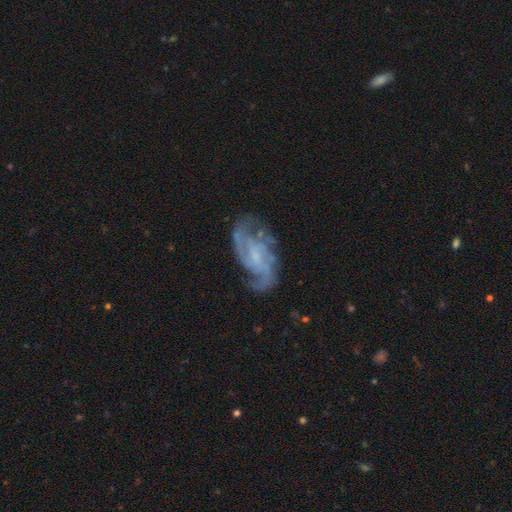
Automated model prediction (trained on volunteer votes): smooth_or_featured: featured or disk (p=0.84) [alt: smooth p=0.09]
disk_edge_on: no (p=0.96) [alt: yes p=0.04]
bar: no (p=0.50) [alt: weak p=0.40]
has_spiral_arms: yes (p=0.94) [alt: no p=0.06]
spiral_winding: medium (p=0.49) [alt: tight p=0.33]
spiral_arm_count: 2 (p=0.30) [alt: 3 p=0.28]
bulge_size: small (p=0.54) [alt: none p=0.25]
merging: none (p=0.67) [alt: minor disturbance p=0.19]